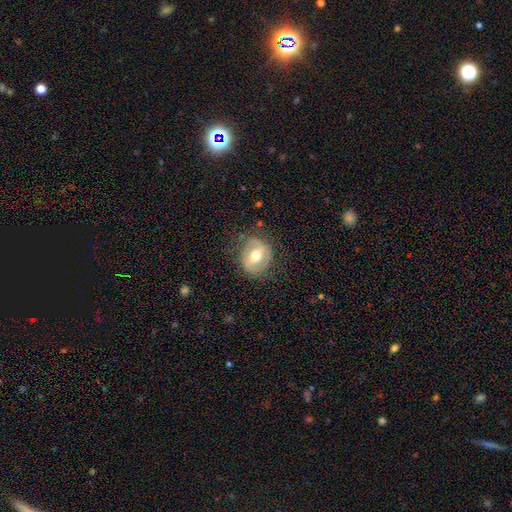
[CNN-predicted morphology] The model was most divided on "bar": weak: 39%, strong: 38%, no: 23%. More confident: edge-on disk — no (95%); bulge size — moderate (76%); merging — none (74%); smooth or featured — featured or disk (61%); spiral arms — no (51%).